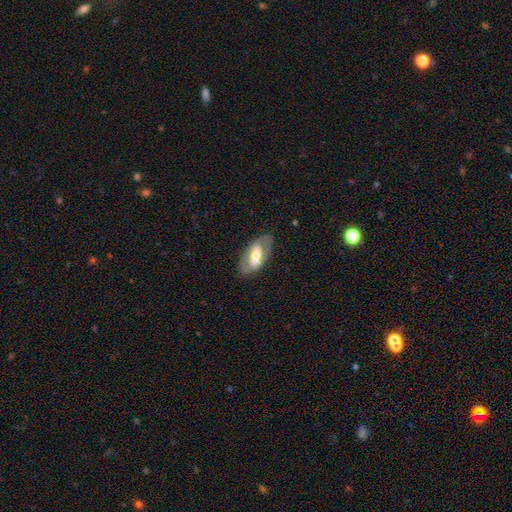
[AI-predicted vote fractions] The model was most divided on "smooth or featured": featured or disk: 58%, smooth: 36%, star or artifact: 6%. More confident: edge-on disk — no (86%); merging — none (80%).